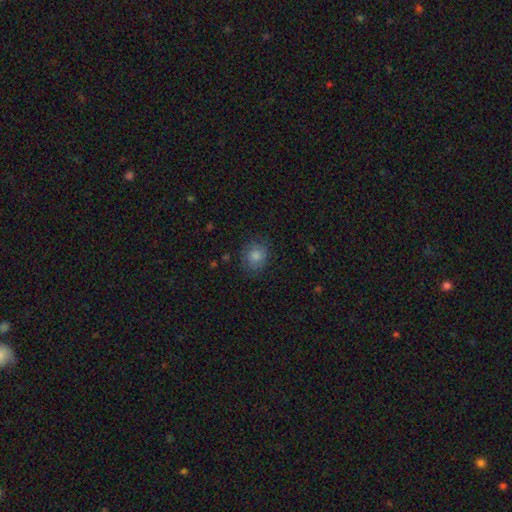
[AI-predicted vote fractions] Smooth or featured? smooth (77%)
How rounded? round (74%)
Merging? none (82%)